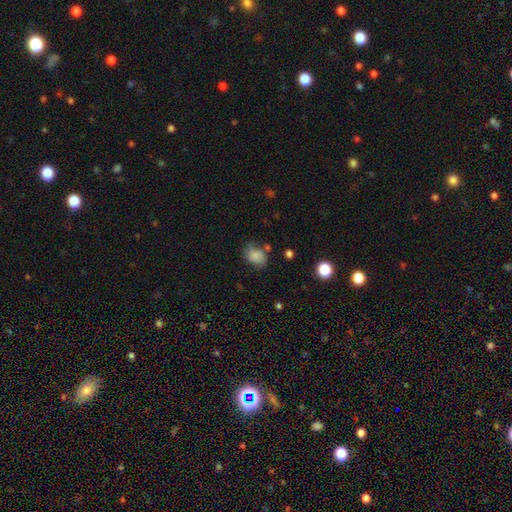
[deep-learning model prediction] A smooth galaxy with no disk features (79%) that is in between round and cigar-shaped (71%).

Vote fractions:
- Smooth or featured? smooth: 79% / featured or disk: 11% / star or artifact: 10%
- How rounded? in between: 71% / round: 28% / cigar-shaped: 1%
- Merging? none: 56% / minor disturbance: 28% / major disturbance: 9% / merger: 7%